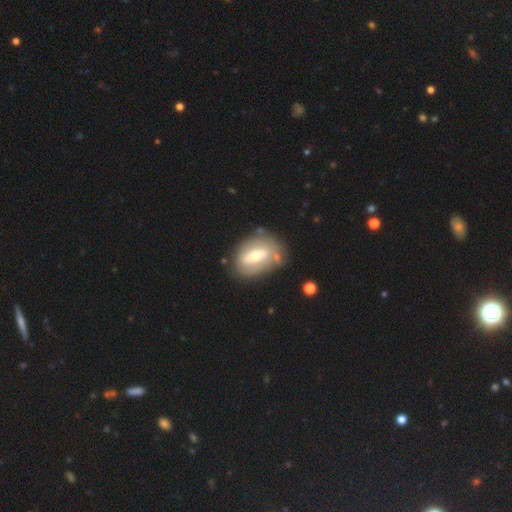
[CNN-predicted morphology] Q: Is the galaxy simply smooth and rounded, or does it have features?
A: featured or disk — 58%.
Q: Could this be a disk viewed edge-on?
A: no — 92%.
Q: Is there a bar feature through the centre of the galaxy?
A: weak — 37%.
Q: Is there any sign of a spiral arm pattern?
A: no — 57%.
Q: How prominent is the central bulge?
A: moderate — 57%.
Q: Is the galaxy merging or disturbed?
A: none — 64%.